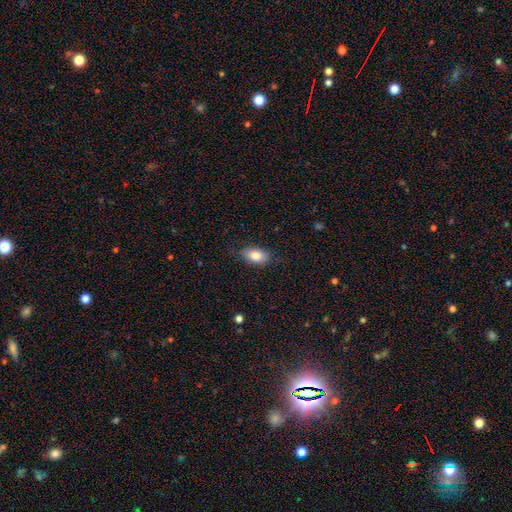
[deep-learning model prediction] smooth-or-featured: smooth: 84% | featured or disk: 9% | star or artifact: 7%
  how-rounded: in between: 91% | round: 6% | cigar-shaped: 3%
  merging: none: 82% | minor disturbance: 14% | major disturbance: 3% | merger: 1%